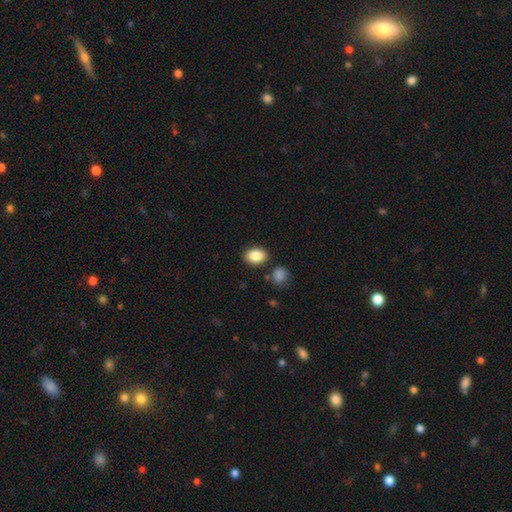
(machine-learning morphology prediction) smooth-or-featured: smooth: 87% | star or artifact: 8% | featured or disk: 5%
  how-rounded: in between: 77% | round: 22% | cigar-shaped: 1%
  merging: none: 82% | minor disturbance: 10% | merger: 5% | major disturbance: 3%